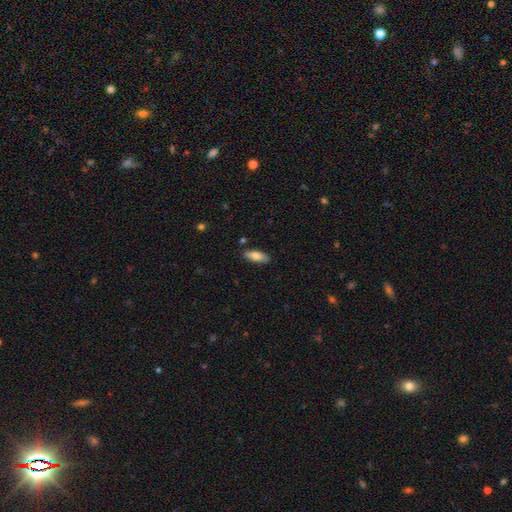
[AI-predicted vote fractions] smooth_or_featured: smooth (p=0.80) [alt: featured or disk p=0.14]
how_rounded: in between (p=0.73) [alt: cigar-shaped p=0.25]
merging: none (p=0.86) [alt: minor disturbance p=0.10]